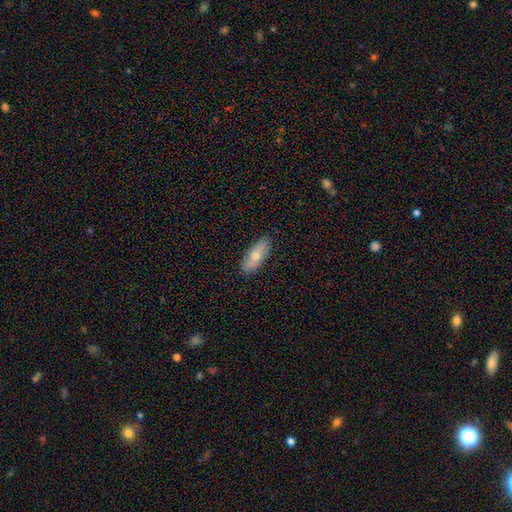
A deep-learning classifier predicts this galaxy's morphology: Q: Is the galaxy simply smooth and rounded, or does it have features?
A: smooth — 61%.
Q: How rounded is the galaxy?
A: in between — 71%.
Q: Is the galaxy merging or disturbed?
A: none — 88%.